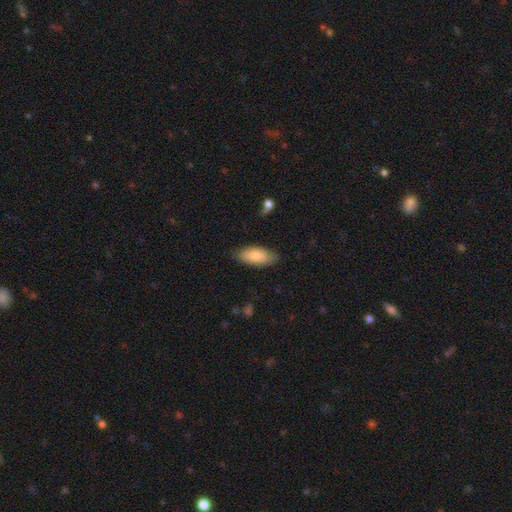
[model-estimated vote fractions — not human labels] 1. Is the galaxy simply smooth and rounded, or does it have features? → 81% smooth, 13% featured or disk, 6% star or artifact.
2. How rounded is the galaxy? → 85% in between, 13% cigar-shaped, 2% round.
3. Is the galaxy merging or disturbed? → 81% none, 15% minor disturbance, 3% major disturbance, 1% merger.